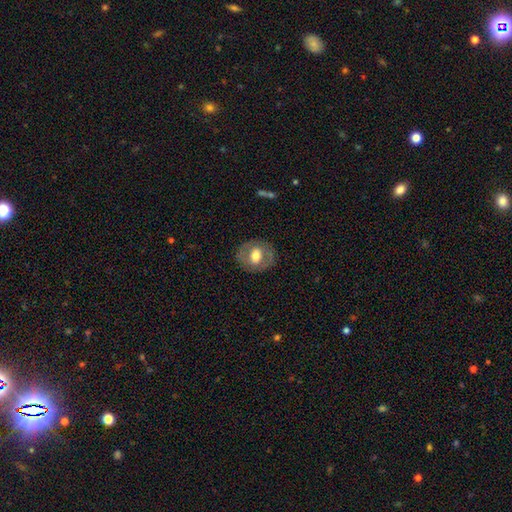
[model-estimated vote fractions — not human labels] smooth-or-featured: smooth: 48% | featured or disk: 45% | star or artifact: 7%
  merging: none: 82% | minor disturbance: 11% | major disturbance: 5% | merger: 1%